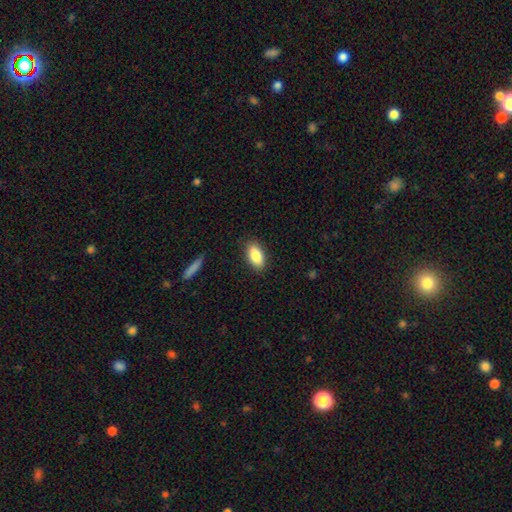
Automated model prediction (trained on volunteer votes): A smooth galaxy with no disk features (87%) that is in between round and cigar-shaped (91%). Merging: none (87%).